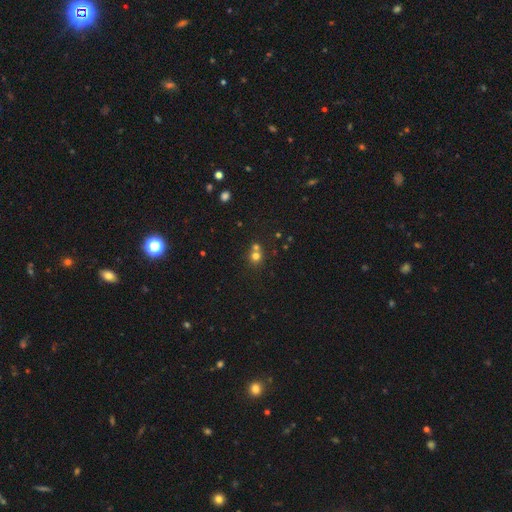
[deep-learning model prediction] The model was most divided on "merging": none: 50%, merger: 41%, minor disturbance: 6%, major disturbance: 3%. More confident: how rounded — round (86%); smooth or featured — smooth (71%).